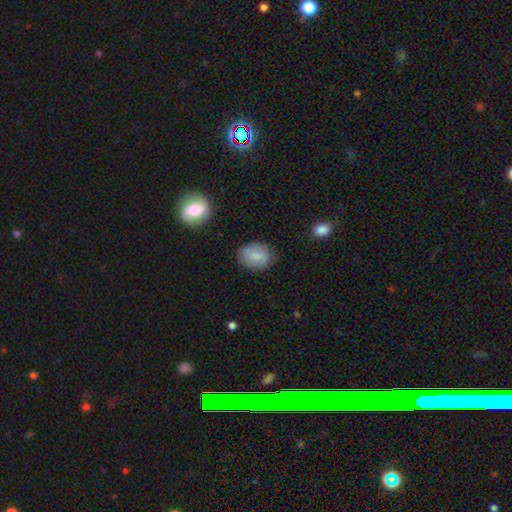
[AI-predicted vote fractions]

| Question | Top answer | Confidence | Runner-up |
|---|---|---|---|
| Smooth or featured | smooth | 78% | featured or disk (15%) |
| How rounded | in between | 68% | round (31%) |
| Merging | none | 79% | minor disturbance (16%) |